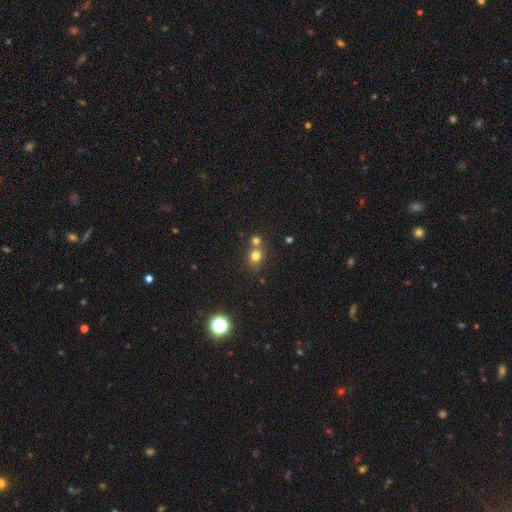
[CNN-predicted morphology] type=smooth (75%); roundness=round (76%); merging=none (54%).